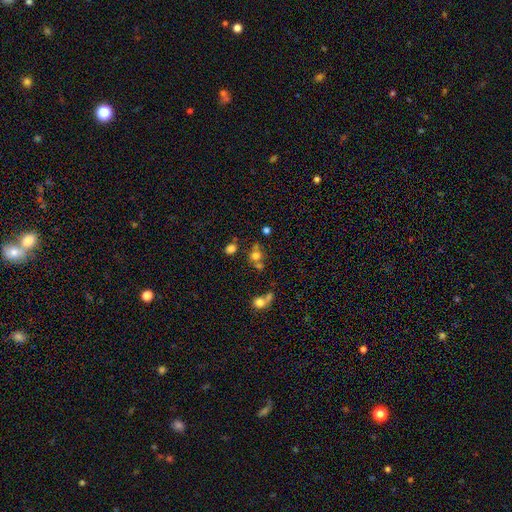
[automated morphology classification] smooth-or-featured: smooth: 69% | star or artifact: 18% | featured or disk: 13%
  how-rounded: round: 78% | in between: 21% | cigar-shaped: 1%
  merging: none: 52% | merger: 31% | minor disturbance: 11% | major disturbance: 6%